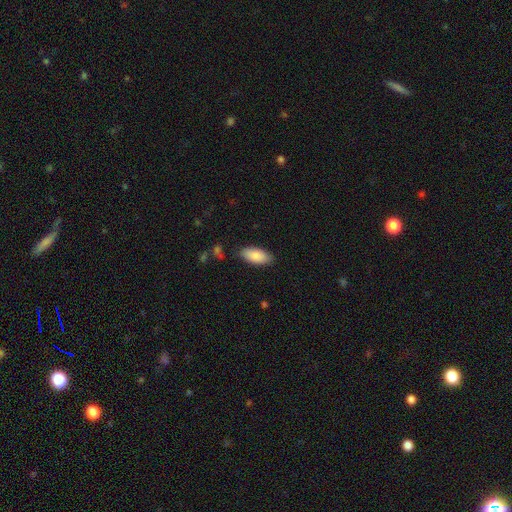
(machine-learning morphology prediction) This is clearly a smooth galaxy (86%). How rounded: clearly in between (91%). Merging: clearly none (85%).